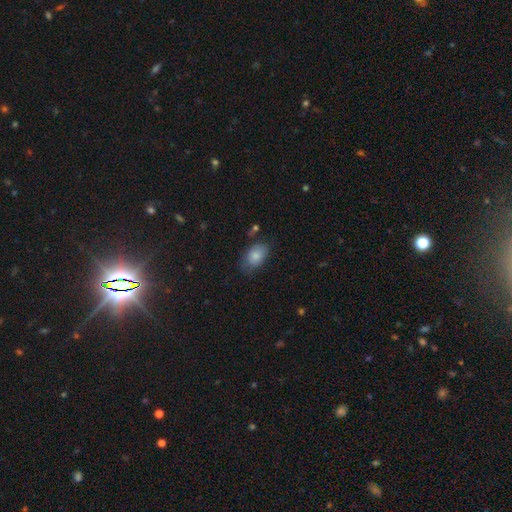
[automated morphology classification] smooth 82%, featured or disk 10%, star or artifact 7%. Down the decision tree: how rounded — in between (87%); merging — none (61%).